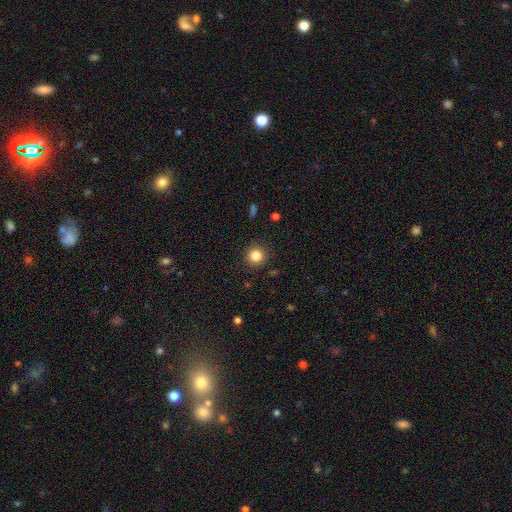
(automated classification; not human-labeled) Morphology: type=smooth (84%); roundness=round (93%); merging=none (90%).